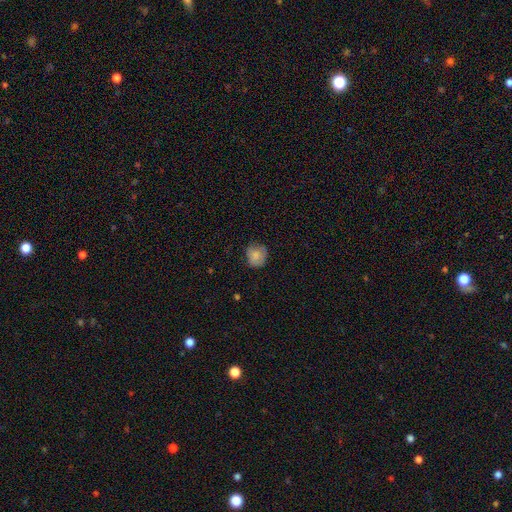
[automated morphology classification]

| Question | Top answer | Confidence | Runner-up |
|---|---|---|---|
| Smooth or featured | smooth | 76% | featured or disk (16%) |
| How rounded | round | 76% | in between (23%) |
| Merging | none | 65% | minor disturbance (25%) |